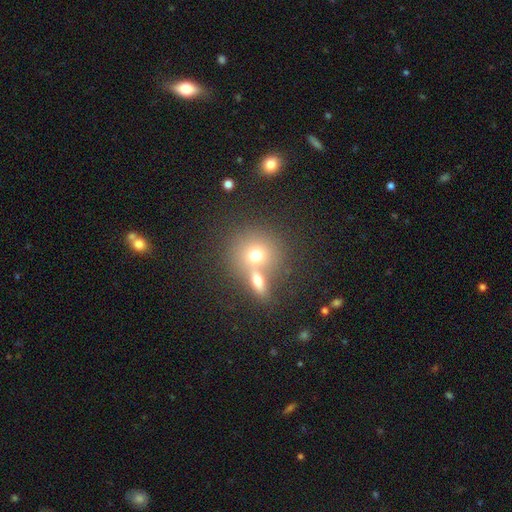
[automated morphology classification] Q: Smooth or featured?
A: smooth (69%); runner-up: featured or disk (18%)
Q: How rounded?
A: round (85%); runner-up: in between (14%)
Q: Merging?
A: merger (46%); runner-up: none (43%)